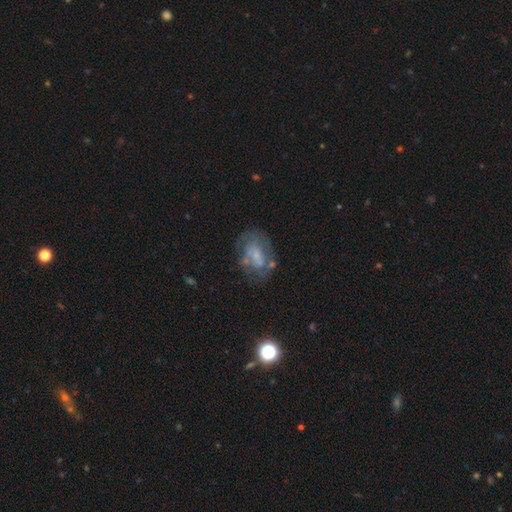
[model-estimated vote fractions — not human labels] Smooth or featured? Predicted: featured or disk (p=0.57). Edge-on disk? Predicted: no (p=0.97). Bar? Predicted: no (p=0.74). Spiral arms? Predicted: no (p=0.58). Bulge size? Predicted: small (p=0.38). Merging? Predicted: none (p=0.50).